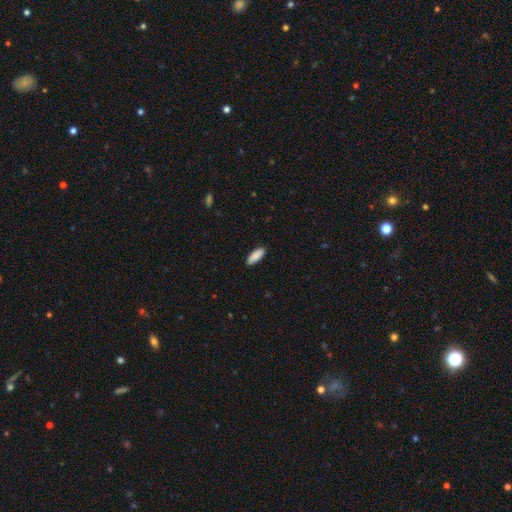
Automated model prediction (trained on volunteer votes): A smooth galaxy with no disk features (90%) that is in between round and cigar-shaped (74%). Merging: none (89%).